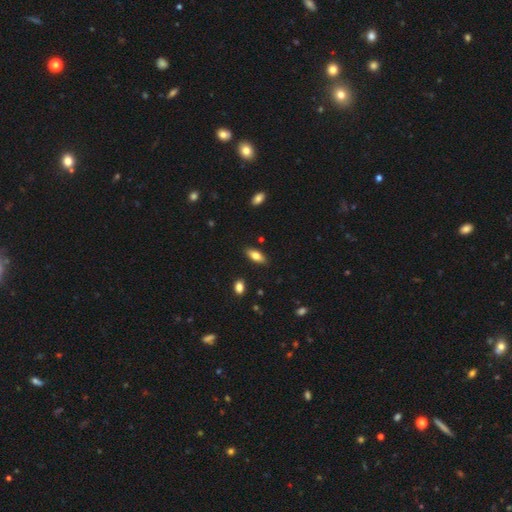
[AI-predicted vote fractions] A smooth galaxy with no disk features (76%) that is in between round and cigar-shaped (77%). Merging: none (86%).